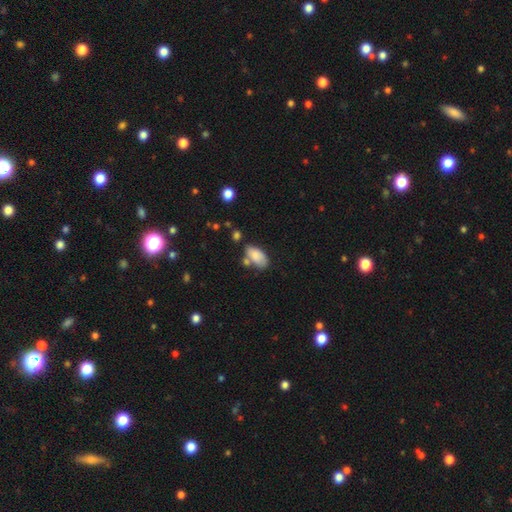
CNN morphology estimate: A smooth galaxy with no disk features (81%) that is in between round and cigar-shaped (93%).

Vote fractions:
- Smooth or featured? smooth: 81% / featured or disk: 12% / star or artifact: 7%
- How rounded? in between: 93% / cigar-shaped: 4% / round: 3%
- Merging? none: 54% / minor disturbance: 23% / merger: 17% / major disturbance: 6%